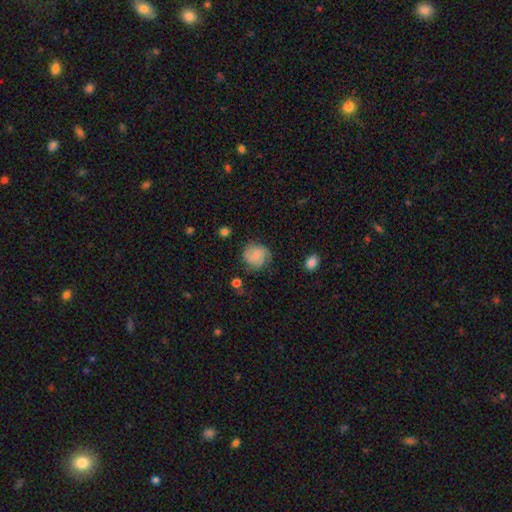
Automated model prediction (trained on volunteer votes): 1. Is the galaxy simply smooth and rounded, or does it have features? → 58% smooth, 34% featured or disk, 9% star or artifact.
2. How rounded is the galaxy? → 81% round, 18% in between, 1% cigar-shaped.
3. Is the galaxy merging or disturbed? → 70% none, 20% minor disturbance, 8% major disturbance, 2% merger.